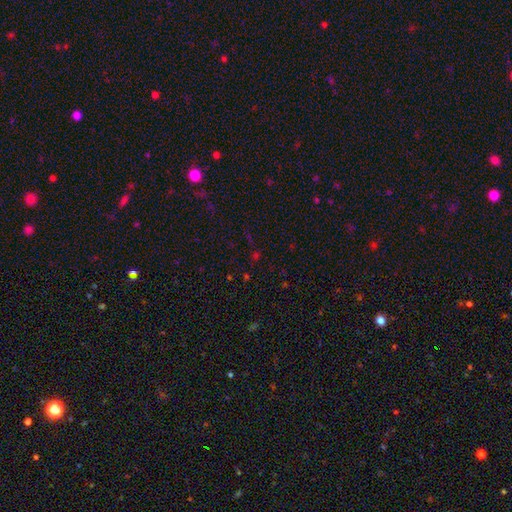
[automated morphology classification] This is possibly a star or artifact rather than a galaxy (56%).